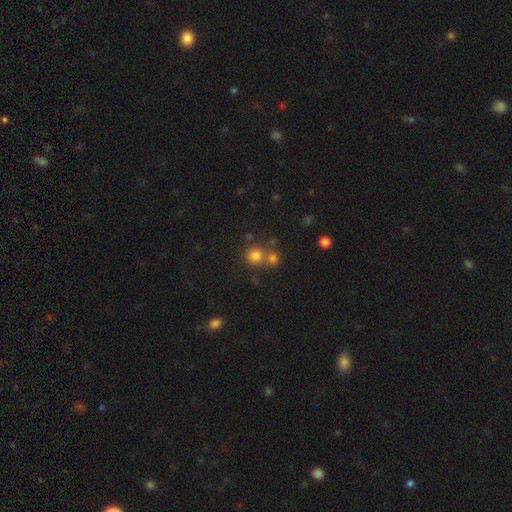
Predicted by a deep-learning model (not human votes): smooth_or_featured: smooth (p=0.77) [alt: star or artifact p=0.16]
how_rounded: round (p=0.88) [alt: in between p=0.11]
merging: none (p=0.57) [alt: merger p=0.32]